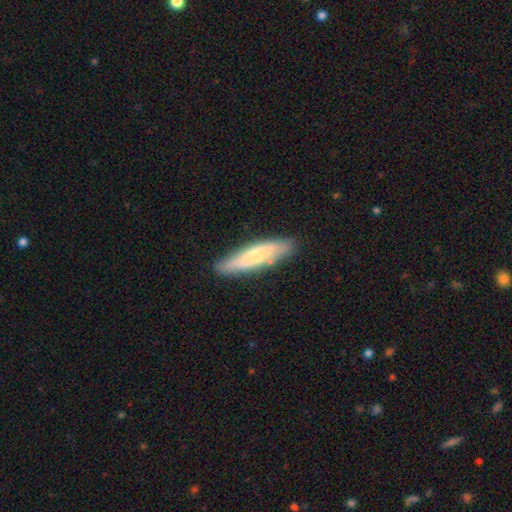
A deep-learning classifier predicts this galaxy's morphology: Q: Smooth or featured?
A: smooth (57%); runner-up: featured or disk (37%)
Q: How rounded?
A: cigar-shaped (78%); runner-up: in between (20%)
Q: Merging?
A: none (82%); runner-up: minor disturbance (13%)